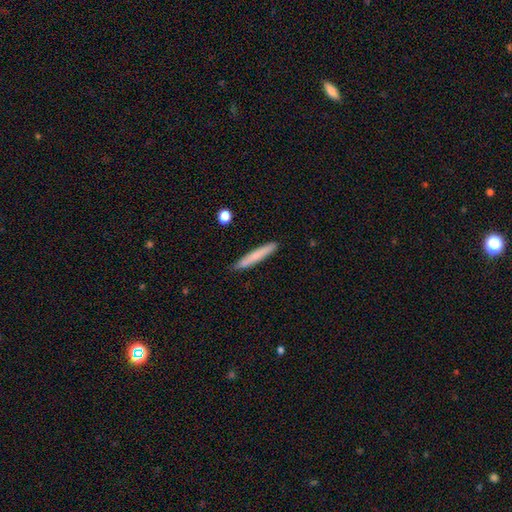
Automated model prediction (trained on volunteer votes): smooth_or_featured: smooth (p=0.72) [alt: featured or disk p=0.22]
how_rounded: cigar-shaped (p=0.95) [alt: in between p=0.04]
merging: none (p=0.88) [alt: minor disturbance p=0.08]